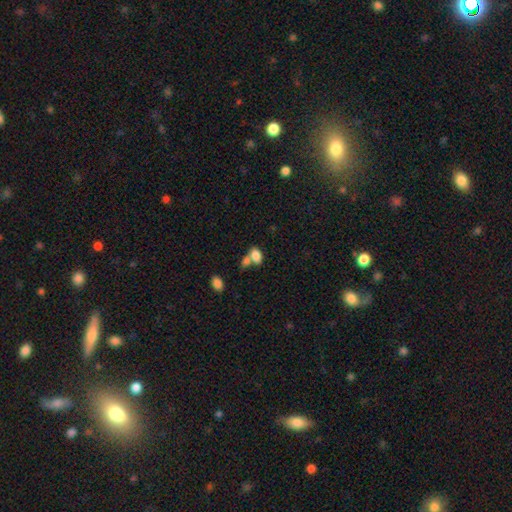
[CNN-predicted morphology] Smooth or featured?
  - smooth: 83% *
  - star or artifact: 9%
  - featured or disk: 9%
How rounded?
  - in between: 88% *
  - round: 10%
  - cigar-shaped: 2%
Merging?
  - merger: 49% *
  - none: 36%
  - minor disturbance: 10%
  - major disturbance: 5%